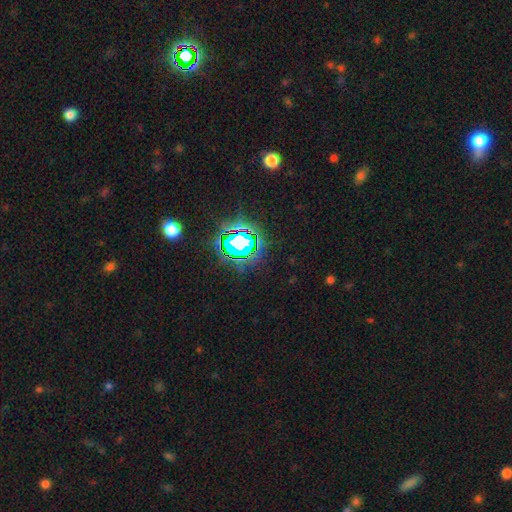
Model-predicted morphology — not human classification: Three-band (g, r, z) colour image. It shows a star or artifact, not a galaxy (82%).